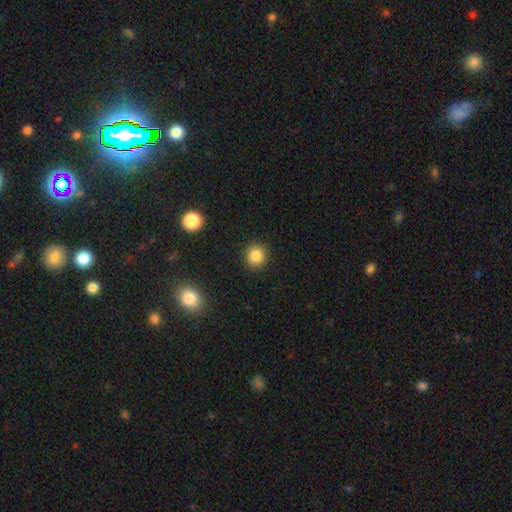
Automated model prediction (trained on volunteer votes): Q: Smooth or featured?
A: smooth (86%); runner-up: star or artifact (10%)
Q: How rounded?
A: round (86%); runner-up: in between (13%)
Q: Merging?
A: none (90%); runner-up: minor disturbance (6%)